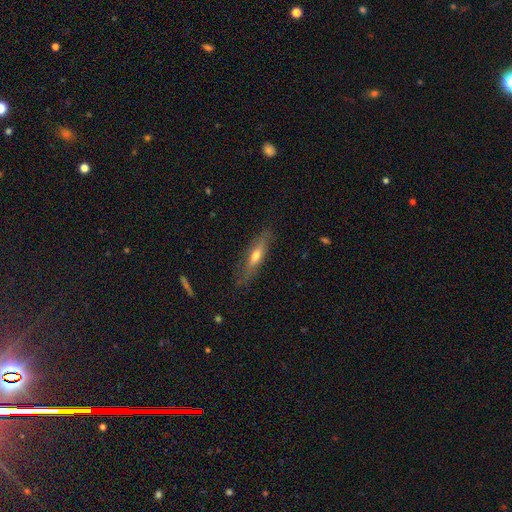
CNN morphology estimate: The model was most divided on "smooth or featured": smooth: 53%, featured or disk: 40%, star or artifact: 7%. More confident: merging — none (78%); how rounded — cigar-shaped (67%).